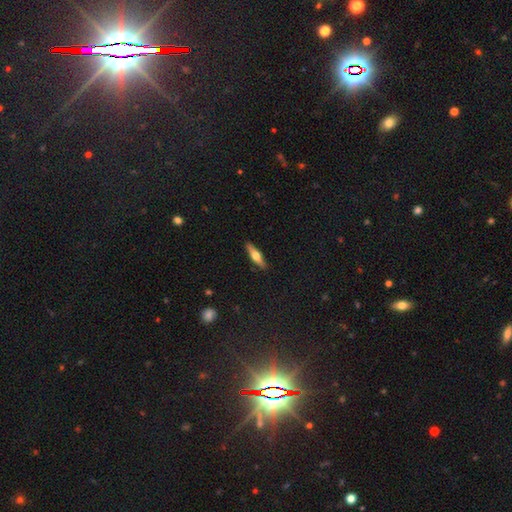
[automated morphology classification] smooth_or_featured: featured or disk (p=0.52) [alt: smooth p=0.42]
disk_edge_on: yes (p=0.94) [alt: no p=0.06]
merging: none (p=0.89) [alt: minor disturbance p=0.08]